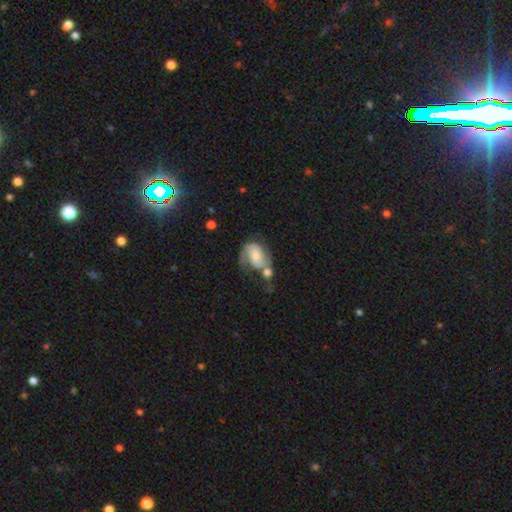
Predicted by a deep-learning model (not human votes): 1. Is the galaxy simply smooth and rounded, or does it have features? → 63% featured or disk, 30% smooth, 7% star or artifact.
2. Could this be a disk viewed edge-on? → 97% no, 3% yes.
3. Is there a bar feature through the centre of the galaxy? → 53% no, 35% weak, 12% strong.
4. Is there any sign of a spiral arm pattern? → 87% yes, 13% no.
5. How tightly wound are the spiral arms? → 46% medium, 30% loose, 24% tight.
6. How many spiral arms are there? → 69% 2, 17% 1, 10% can't tell, 2% 3, 1% 4, 1% more than 4.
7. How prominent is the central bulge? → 45% moderate, 41% small, 7% large, 5% none, 2% dominant.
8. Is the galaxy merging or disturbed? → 35% merger, 27% none, 20% major disturbance, 18% minor disturbance.